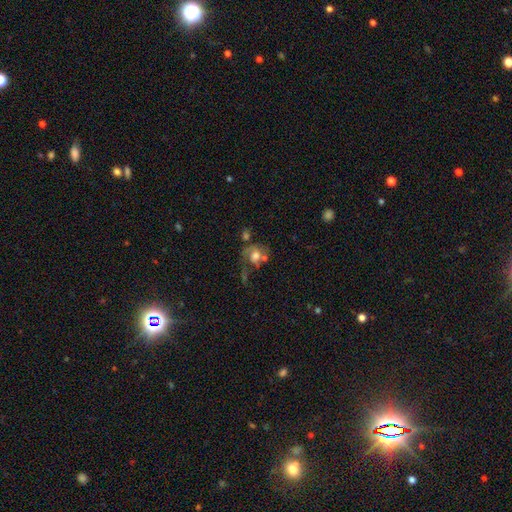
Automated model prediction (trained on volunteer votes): The model was most divided on "merging": major disturbance: 32%, none: 27%, merger: 25%, minor disturbance: 16%. Remaining: smooth or featured — featured or disk (50%).